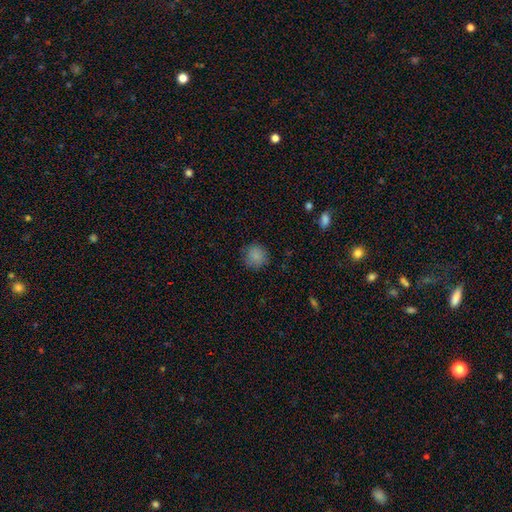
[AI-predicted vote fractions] A smooth galaxy with no disk features (85%) that is round (91%). Merging: none (84%).